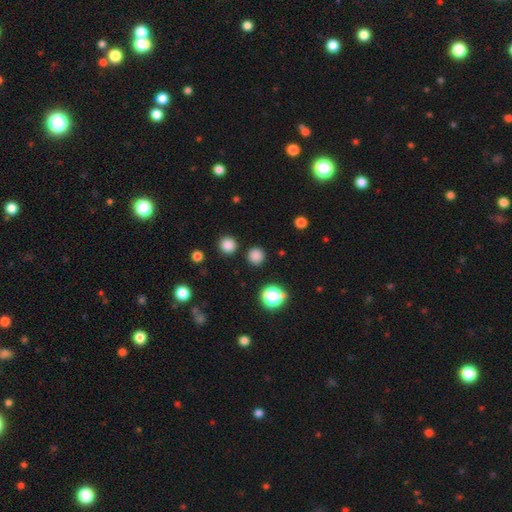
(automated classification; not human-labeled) smooth_or_featured: smooth (p=0.79) [alt: star or artifact p=0.17]
how_rounded: round (p=0.94) [alt: in between p=0.05]
merging: none (p=0.89) [alt: minor disturbance p=0.06]